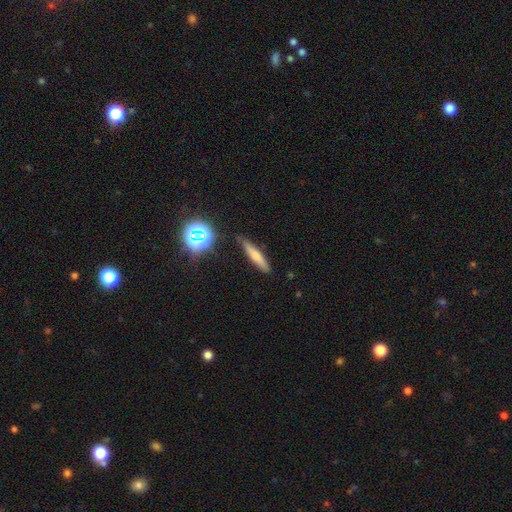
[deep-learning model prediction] A smooth galaxy with no disk features (59%) that is cigar-shaped (87%).

Vote fractions:
- Smooth or featured? smooth: 59% / featured or disk: 29% / star or artifact: 12%
- How rounded? cigar-shaped: 87% / in between: 11% / round: 3%
- Merging? none: 83% / minor disturbance: 12% / major disturbance: 3% / merger: 2%